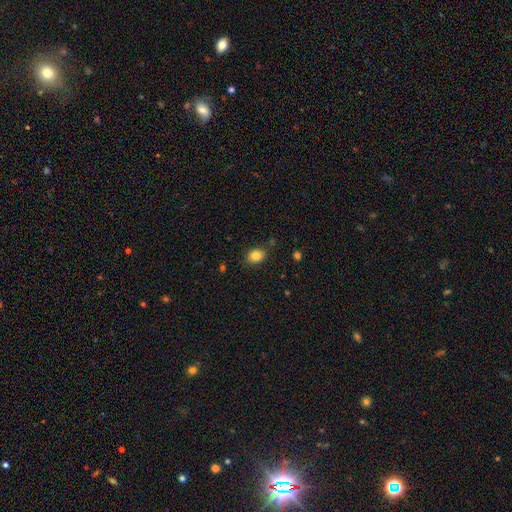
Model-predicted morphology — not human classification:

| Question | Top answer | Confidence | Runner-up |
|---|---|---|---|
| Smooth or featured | smooth | 83% | star or artifact (10%) |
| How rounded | in between | 60% | round (39%) |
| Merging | none | 82% | minor disturbance (12%) |